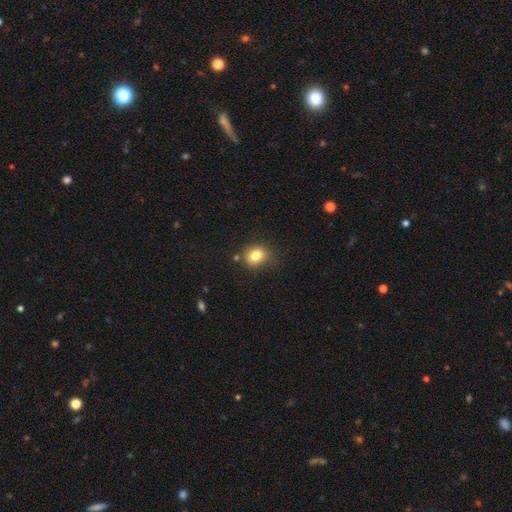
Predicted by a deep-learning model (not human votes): Q: Smooth or featured?
A: smooth (80%); runner-up: star or artifact (12%)
Q: How rounded?
A: round (64%); runner-up: in between (35%)
Q: Merging?
A: none (75%); runner-up: minor disturbance (16%)